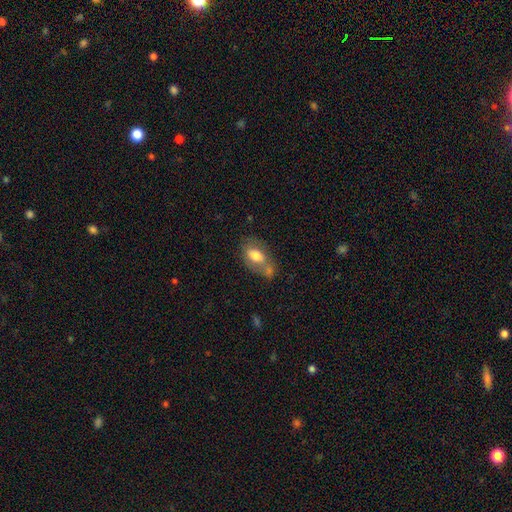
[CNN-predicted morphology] Smooth or featured: smooth — 72% (featured or disk — 21%)
How rounded: in between — 88% (round — 10%)
Merging: none — 39% (merger — 33%)